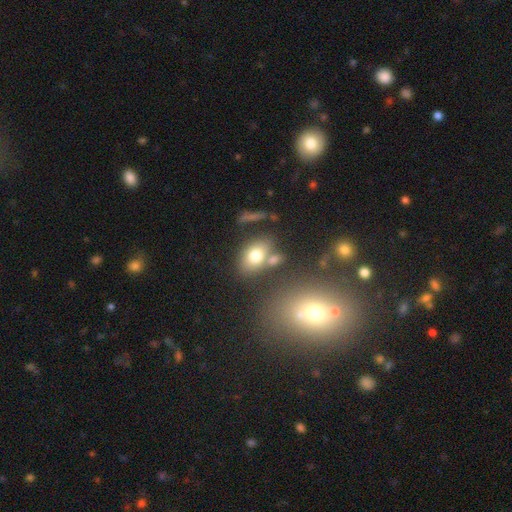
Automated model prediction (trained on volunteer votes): smooth-or-featured: smooth: 74% | featured or disk: 16% | star or artifact: 10%
  how-rounded: in between: 80% | round: 18% | cigar-shaped: 2%
  merging: none: 60% | merger: 20% | minor disturbance: 14% | major disturbance: 6%